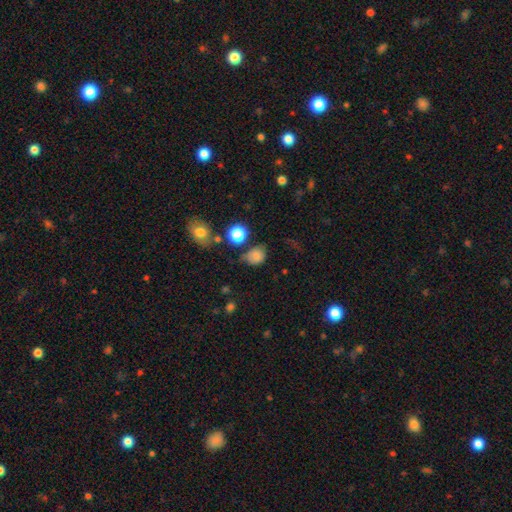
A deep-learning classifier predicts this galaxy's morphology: Smooth or featured?
  - smooth: 78% *
  - star or artifact: 14%
  - featured or disk: 8%
How rounded?
  - round: 69% *
  - in between: 30%
  - cigar-shaped: 1%
Merging?
  - none: 57% *
  - minor disturbance: 27%
  - major disturbance: 10%
  - merger: 6%